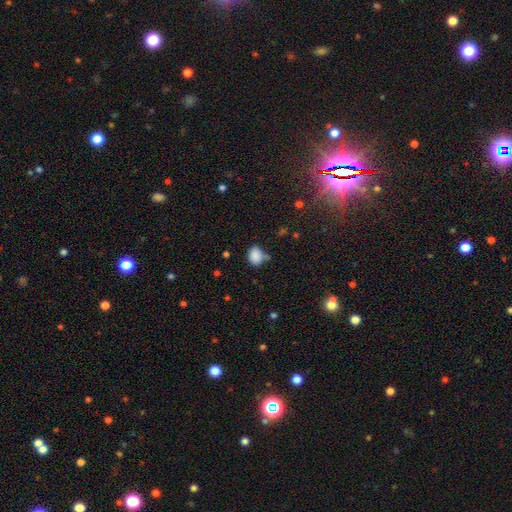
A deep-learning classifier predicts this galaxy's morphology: smooth_or_featured: smooth (p=0.85) [alt: star or artifact p=0.10]
how_rounded: in between (p=0.63) [alt: round p=0.36]
merging: none (p=0.58) [alt: minor disturbance p=0.25]